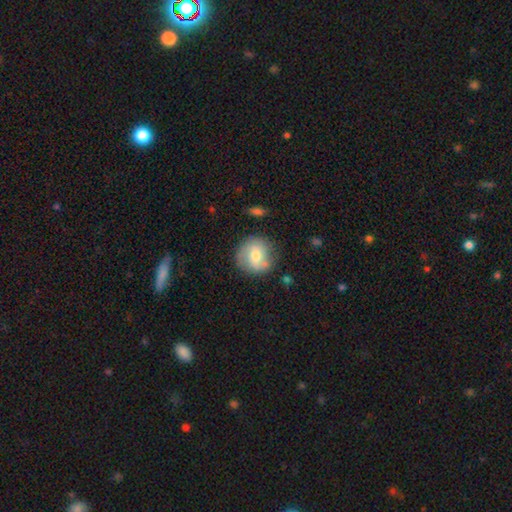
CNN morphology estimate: This appears to be a smooth galaxy with no disk features (57%) that is round (88%). Merging: none (74%).